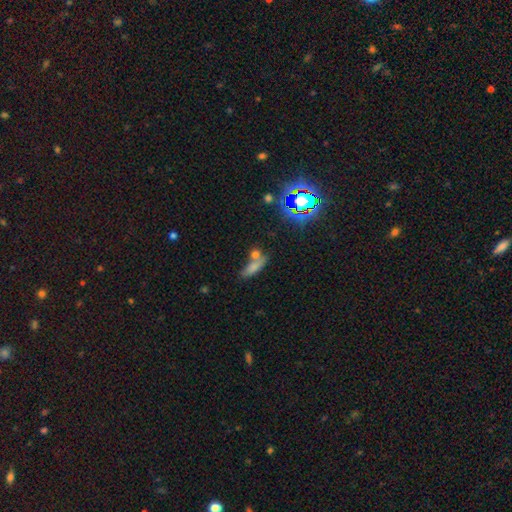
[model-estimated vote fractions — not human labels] This appears to be a smooth galaxy with no disk features (60%) that is in between round and cigar-shaped (49%). Merging: none (43%).